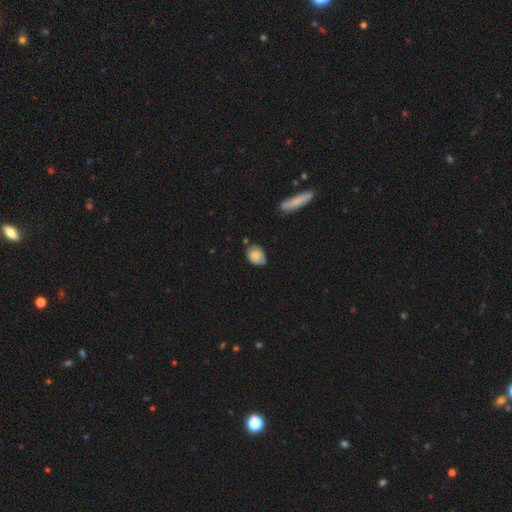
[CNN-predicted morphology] The model was most divided on "how rounded": in between: 53%, round: 45%, cigar-shaped: 2%. More confident: smooth or featured — smooth (78%); merging — none (57%).